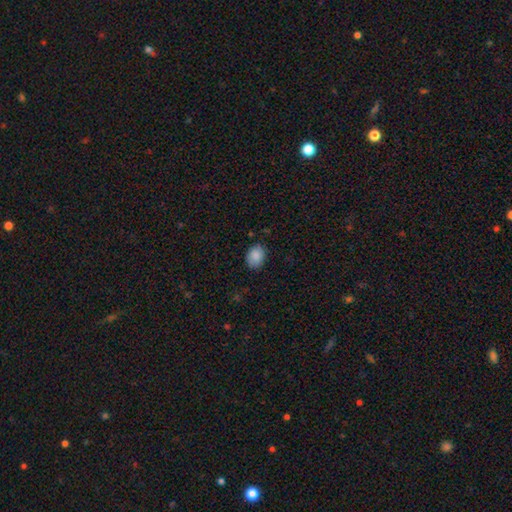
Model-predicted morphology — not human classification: smooth_or_featured: smooth (p=0.88) [alt: star or artifact p=0.08]
how_rounded: in between (p=0.62) [alt: round p=0.37]
merging: none (p=0.81) [alt: minor disturbance p=0.16]